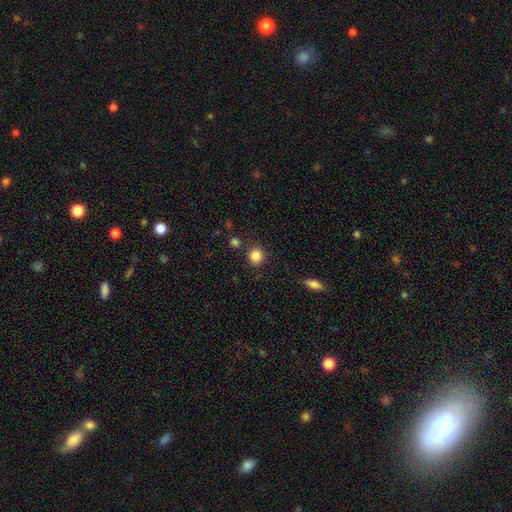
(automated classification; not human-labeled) Smooth or featured? Predicted: smooth (p=0.86). How rounded? Predicted: round (p=0.90). Merging? Predicted: none (p=0.86).